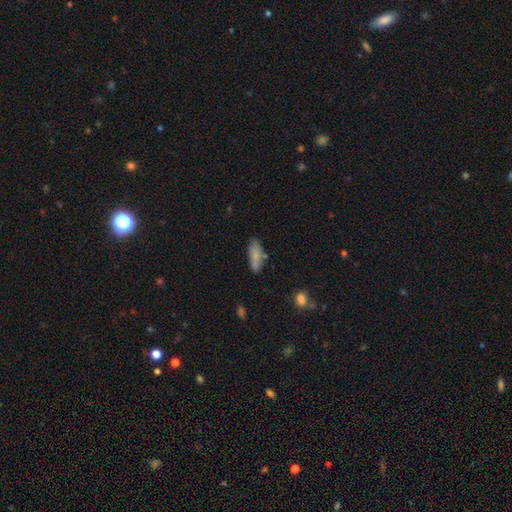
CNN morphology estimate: This appears to be a smooth galaxy with no disk features (81%) that is in between round and cigar-shaped (60%). Merging: none (69%).